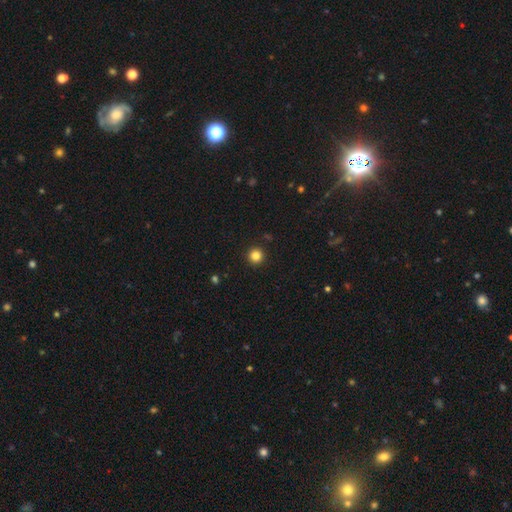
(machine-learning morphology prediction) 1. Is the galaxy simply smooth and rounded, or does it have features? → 84% smooth, 12% star or artifact, 4% featured or disk.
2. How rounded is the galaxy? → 96% round, 3% in between, 1% cigar-shaped.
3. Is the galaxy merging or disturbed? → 93% none, 4% minor disturbance, 2% major disturbance, 1% merger.